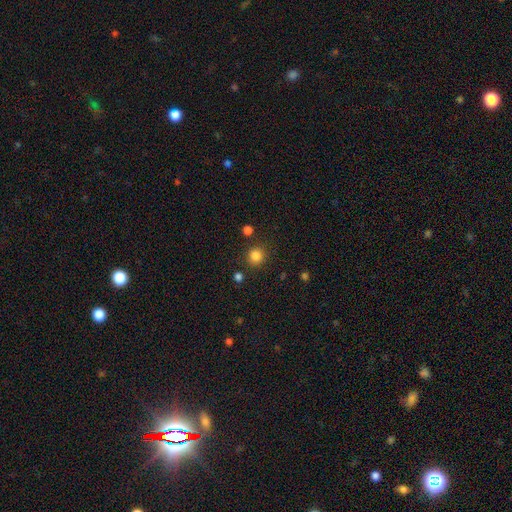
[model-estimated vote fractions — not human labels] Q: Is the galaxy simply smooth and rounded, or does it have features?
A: smooth — 84%.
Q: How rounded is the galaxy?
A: round — 90%.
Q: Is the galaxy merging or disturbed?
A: none — 86%.